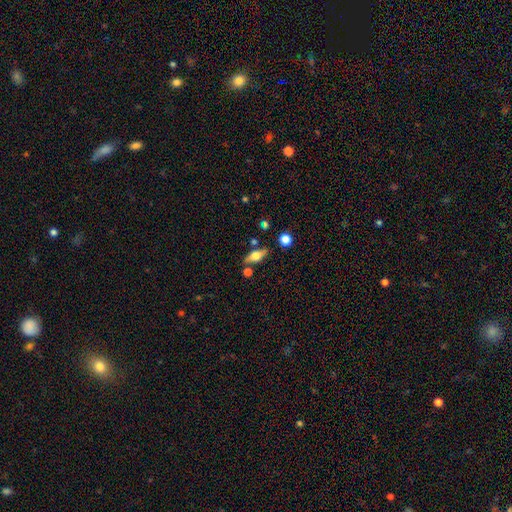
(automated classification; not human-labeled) Smooth or featured?
  - featured or disk: 50% *
  - smooth: 42%
  - star or artifact: 8%
Merging?
  - none: 76% *
  - minor disturbance: 12%
  - merger: 8%
  - major disturbance: 4%